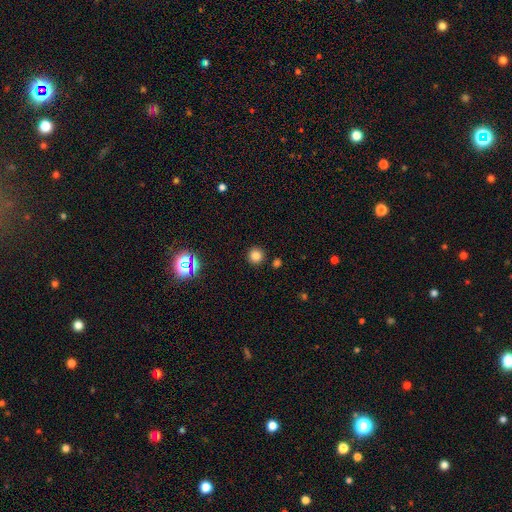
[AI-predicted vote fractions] Smooth or featured? smooth (78%)
How rounded? round (94%)
Merging? none (90%)